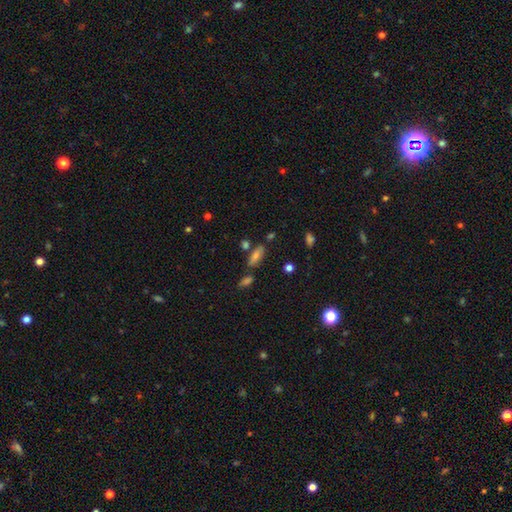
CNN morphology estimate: This appears to be a smooth galaxy with no disk features (66%) that is in between round and cigar-shaped (64%). Merging: none (69%).